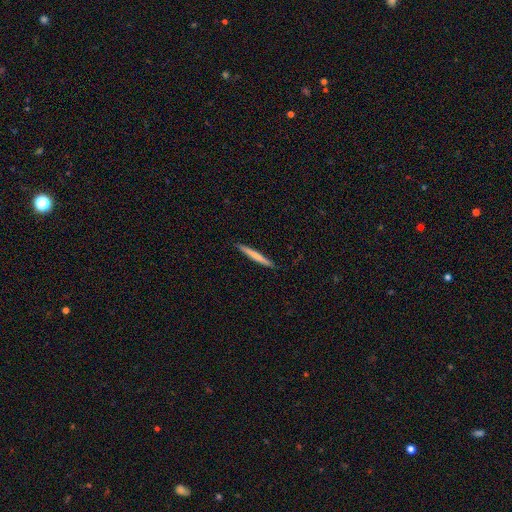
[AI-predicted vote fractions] Smooth or featured? Predicted: smooth (p=0.66). How rounded? Predicted: cigar-shaped (p=0.97). Merging? Predicted: none (p=0.91).